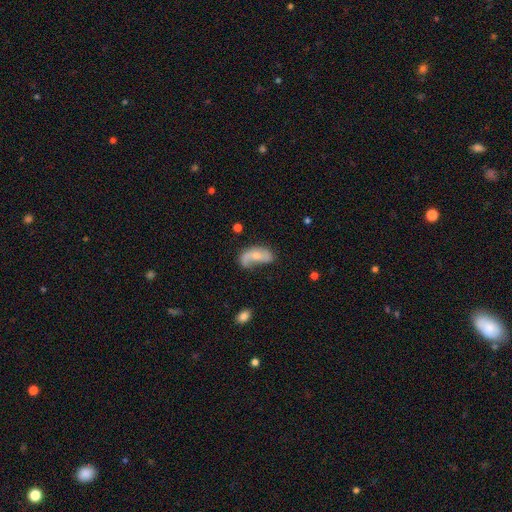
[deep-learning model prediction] Smooth or featured: featured or disk — 58% (smooth — 35%)
Edge-on disk: no — 95% (yes — 5%)
Bar: no — 67% (weak — 25%)
Spiral arms: yes — 77% (no — 23%)
Bulge size: small — 47% (moderate — 45%)
Merging: none — 34% (major disturbance — 30%)